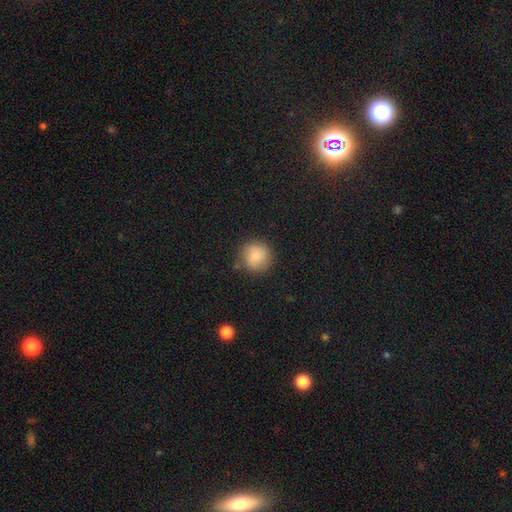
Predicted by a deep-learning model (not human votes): Smooth or featured: smooth — 81% (featured or disk — 10%)
How rounded: round — 93% (in between — 7%)
Merging: none — 77% (minor disturbance — 17%)